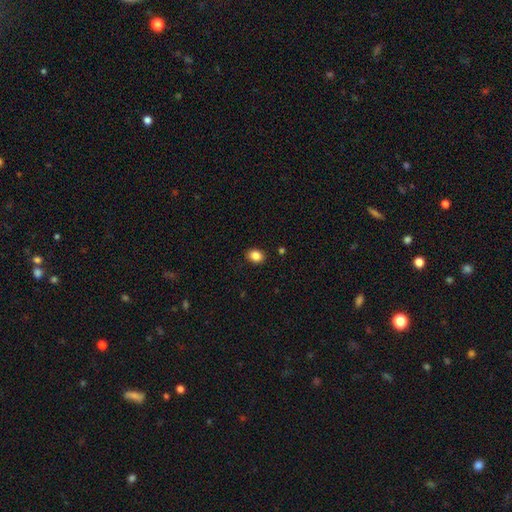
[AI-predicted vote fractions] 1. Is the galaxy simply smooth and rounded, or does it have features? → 85% smooth, 10% star or artifact, 5% featured or disk.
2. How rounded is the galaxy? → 55% in between, 45% round, 1% cigar-shaped.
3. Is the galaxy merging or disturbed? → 88% none, 8% minor disturbance, 2% major disturbance, 1% merger.